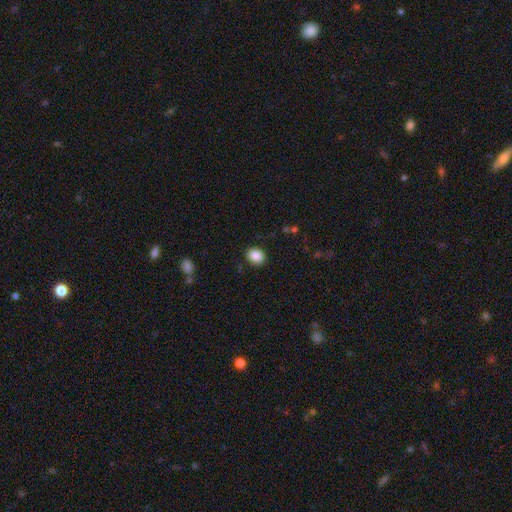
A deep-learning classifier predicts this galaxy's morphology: Smooth or featured? smooth (88%)
How rounded? round (54%)
Merging? none (88%)